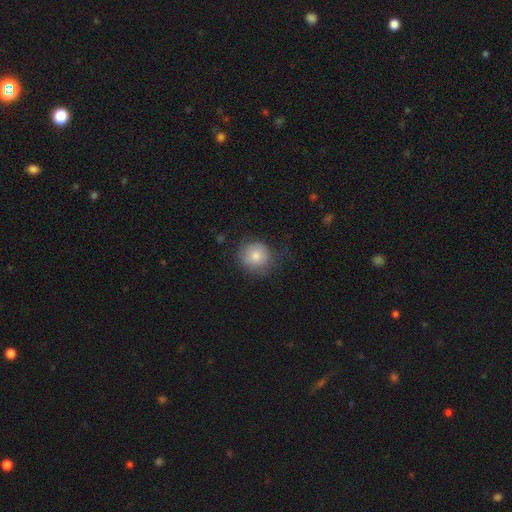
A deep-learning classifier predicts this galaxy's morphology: Smooth or featured? smooth (78%)
How rounded? round (90%)
Merging? none (66%)